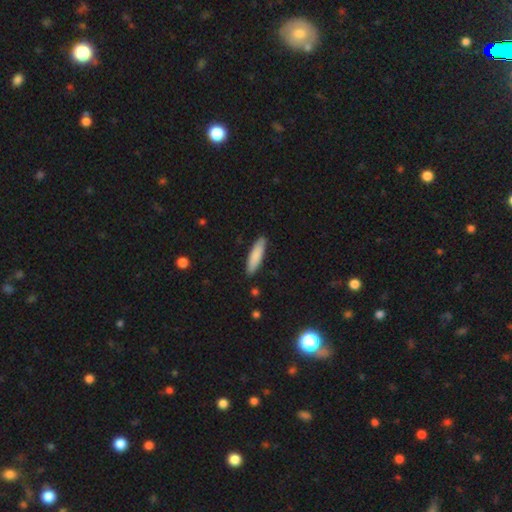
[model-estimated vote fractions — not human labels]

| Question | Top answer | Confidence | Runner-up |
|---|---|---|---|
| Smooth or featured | smooth | 85% | featured or disk (9%) |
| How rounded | cigar-shaped | 69% | in between (30%) |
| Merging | none | 88% | minor disturbance (9%) |